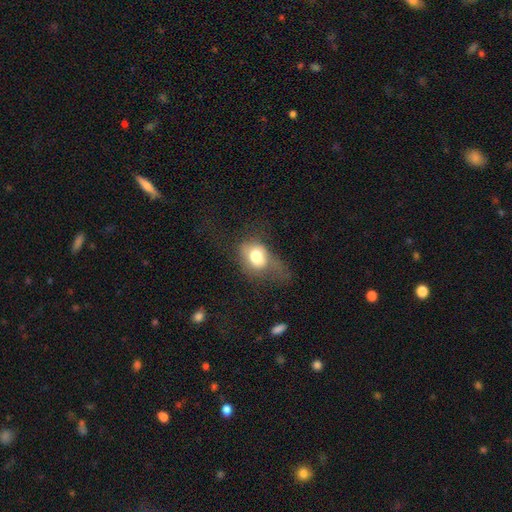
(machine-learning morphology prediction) smooth_or_featured: smooth (p=0.70) [alt: featured or disk p=0.21]
how_rounded: in between (p=0.59) [alt: round p=0.40]
merging: major disturbance (p=0.38) [alt: none p=0.31]